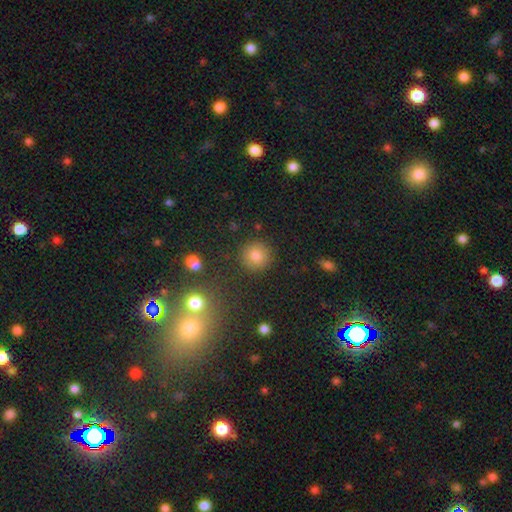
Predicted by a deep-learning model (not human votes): smooth-or-featured: smooth: 79% | star or artifact: 13% | featured or disk: 7%
  how-rounded: round: 92% | in between: 7% | cigar-shaped: 1%
  merging: none: 89% | minor disturbance: 6% | major disturbance: 3% | merger: 2%